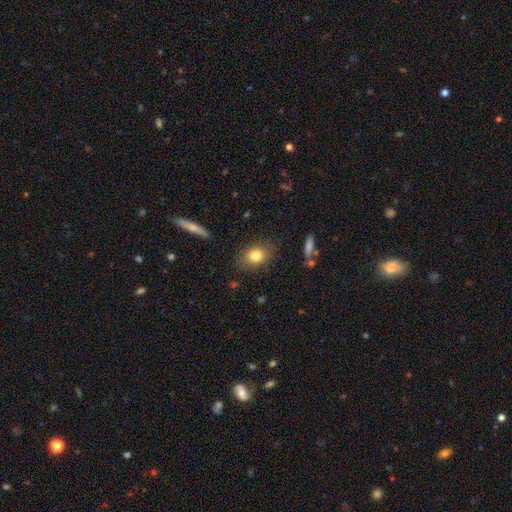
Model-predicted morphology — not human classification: Smooth or featured?
  - smooth: 80% *
  - featured or disk: 11%
  - star or artifact: 9%
How rounded?
  - in between: 57% *
  - round: 41%
  - cigar-shaped: 2%
Merging?
  - none: 82% *
  - minor disturbance: 13%
  - major disturbance: 4%
  - merger: 2%